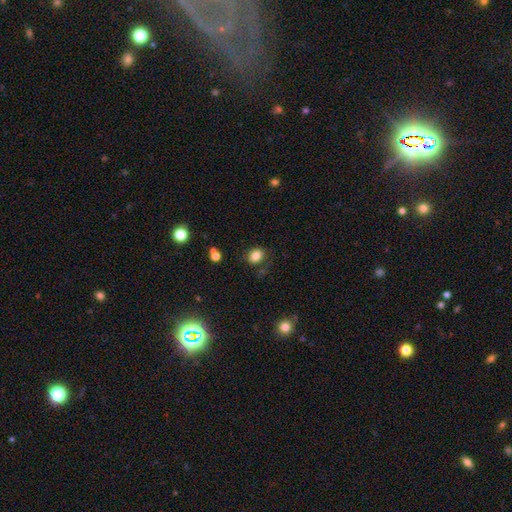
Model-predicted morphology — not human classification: A smooth galaxy with no disk features (83%) that is in between round and cigar-shaped (61%). Merging: none (77%).